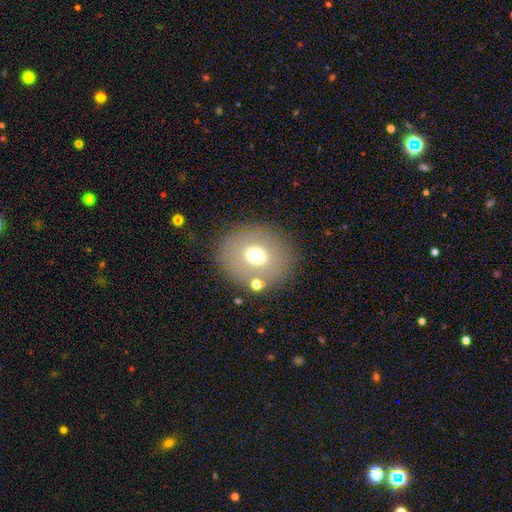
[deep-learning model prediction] Smooth or featured? Predicted: smooth (p=0.64). How rounded? Predicted: round (p=0.62). Merging? Predicted: none (p=0.79).